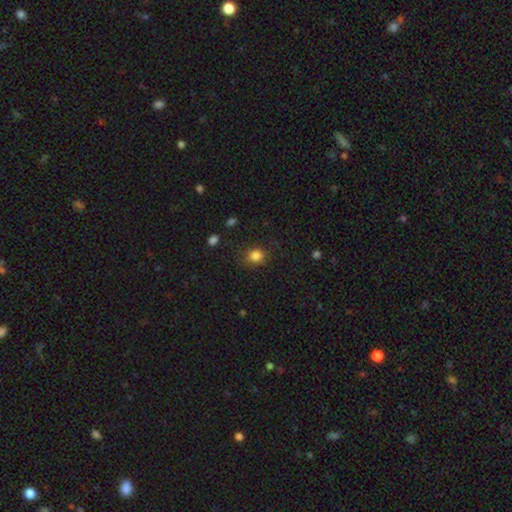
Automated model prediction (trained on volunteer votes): Morphology: type=smooth (84%); roundness=round (69%); merging=none (80%).